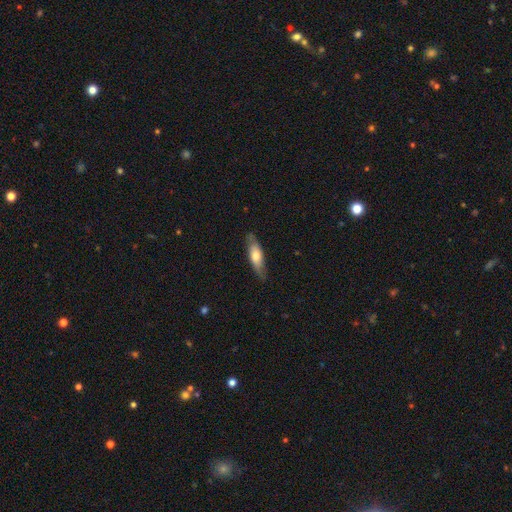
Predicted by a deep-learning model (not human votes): Q: Smooth or featured?
A: smooth (60%); runner-up: featured or disk (35%)
Q: How rounded?
A: cigar-shaped (54%); runner-up: in between (44%)
Q: Merging?
A: none (80%); runner-up: minor disturbance (16%)